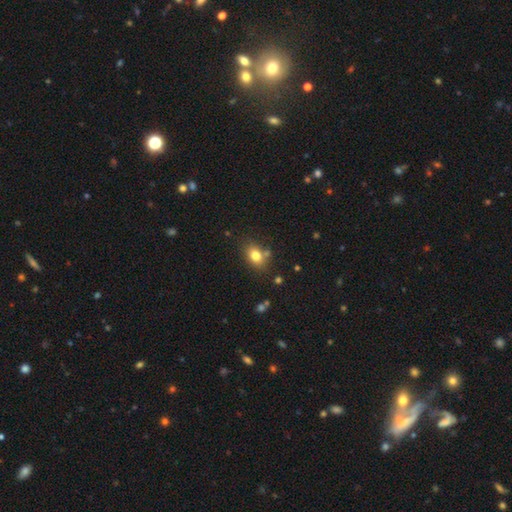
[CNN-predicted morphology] A smooth galaxy with no disk features (79%) that is in between round and cigar-shaped (73%). Merging: none (72%).